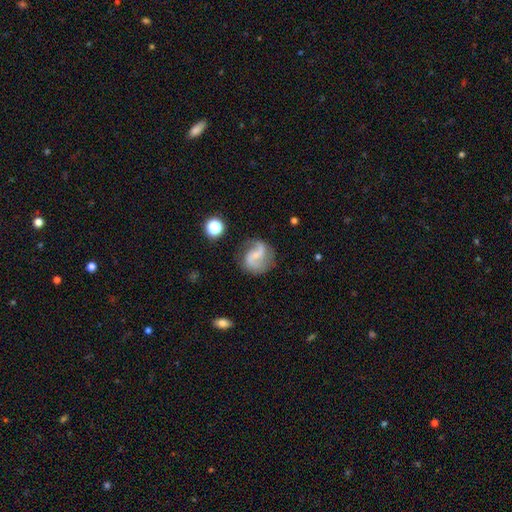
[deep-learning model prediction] A featured or disk galaxy (79%) with a weak bar (46%), 2 (88%) loose (50%) spiral arms (95%) and a small central bulge (61%).

Vote fractions:
- Smooth or featured? featured or disk: 79% / smooth: 14% / star or artifact: 7%
- Edge-on disk? no: 98% / yes: 2%
- Bar? weak: 46% / no: 34% / strong: 19%
- Spiral arms? yes: 95% / no: 5%
- Spiral winding? loose: 50% / medium: 40% / tight: 11%
- Spiral arm count? 2: 88% / 1: 4% / can't tell: 4% / 3: 1% / 4: 1% / more than 4: 1%
- Bulge size? small: 61% / moderate: 19% / none: 17% / large: 2% / dominant: 1%
- Merging? none: 73% / minor disturbance: 17% / major disturbance: 8% / merger: 2%